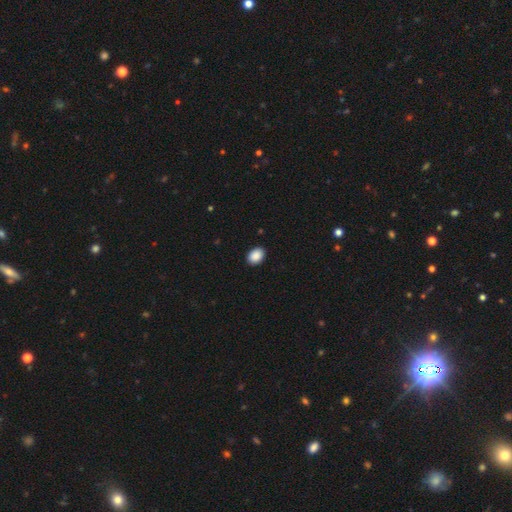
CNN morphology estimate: smooth_or_featured: smooth (p=0.90) [alt: star or artifact p=0.07]
how_rounded: in between (p=0.72) [alt: round p=0.27]
merging: none (p=0.91) [alt: minor disturbance p=0.07]